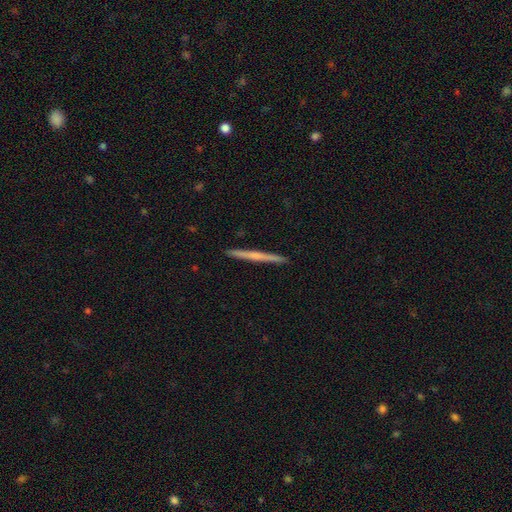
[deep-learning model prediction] Overall: featured or disk (53%; smooth 42%). Edge-on disk: yes (98%). Edge-on bulge: none (67%; rounded 28%). Merging: none (93%).